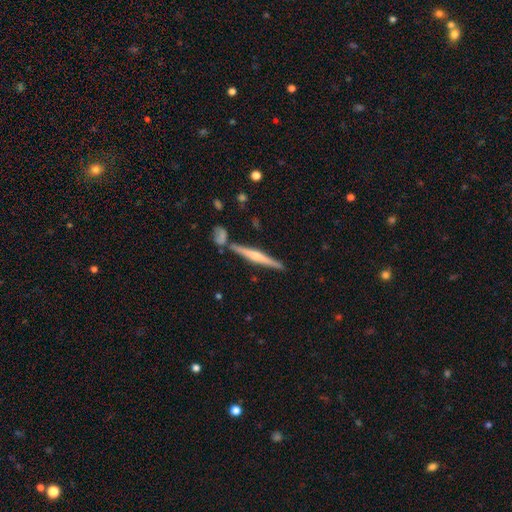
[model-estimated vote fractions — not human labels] This is likely a featured or disk galaxy (69%). It is clearly viewed edge-on (98%). Edge-on bulge: likely rounded (74%). Merging: clearly none (83%).